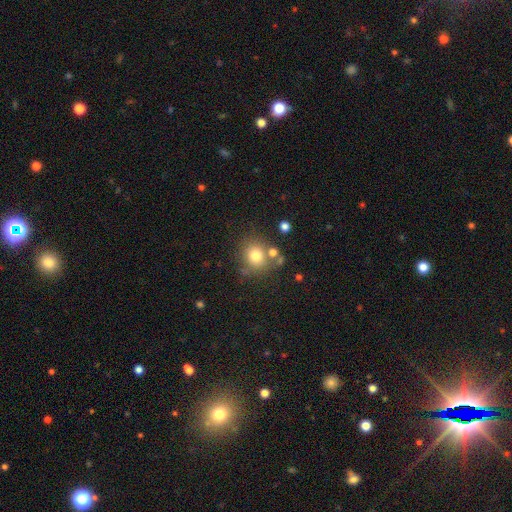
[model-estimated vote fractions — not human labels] smooth_or_featured: smooth (p=0.76) [alt: star or artifact p=0.13]
how_rounded: round (p=0.82) [alt: in between p=0.18]
merging: none (p=0.69) [alt: merger p=0.13]